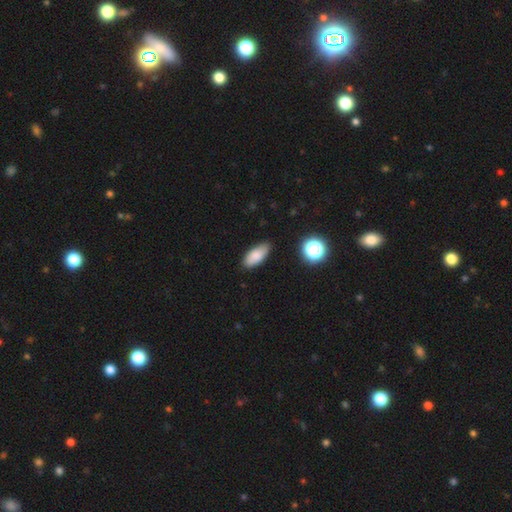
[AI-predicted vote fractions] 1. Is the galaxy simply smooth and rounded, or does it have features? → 83% smooth, 9% featured or disk, 8% star or artifact.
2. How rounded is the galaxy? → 83% in between, 14% cigar-shaped, 3% round.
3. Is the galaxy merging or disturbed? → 84% none, 13% minor disturbance, 2% major disturbance, 2% merger.